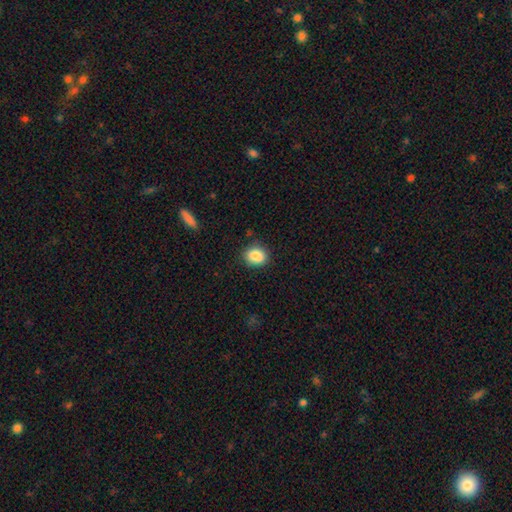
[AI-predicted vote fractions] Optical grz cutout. It shows a smooth galaxy with no disk features (87%) that is round (56%). Merging: none (84%).